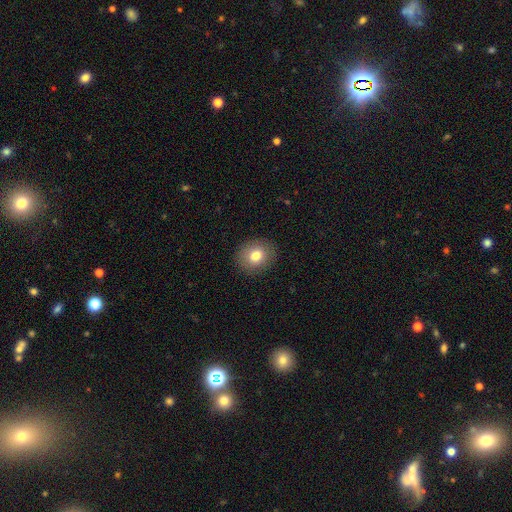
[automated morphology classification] Q: Smooth or featured?
A: smooth (78%); runner-up: featured or disk (12%)
Q: How rounded?
A: round (67%); runner-up: in between (32%)
Q: Merging?
A: none (90%); runner-up: minor disturbance (7%)